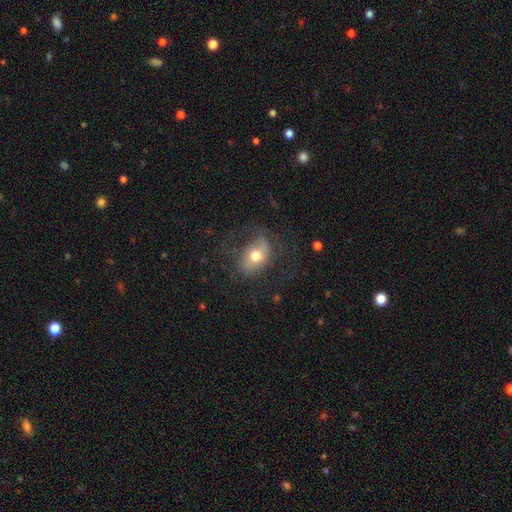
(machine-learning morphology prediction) Smooth or featured? Predicted: smooth (p=0.50). How rounded? Predicted: in between (p=0.71). Merging? Predicted: none (p=0.58).